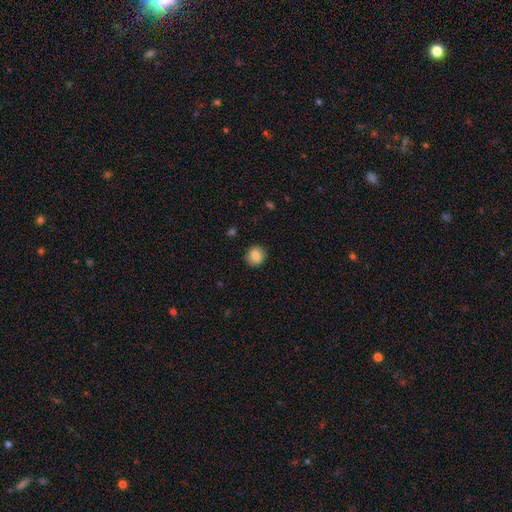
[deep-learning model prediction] smooth-or-featured: smooth: 84% | star or artifact: 9% | featured or disk: 7%
  how-rounded: round: 88% | in between: 11% | cigar-shaped: 1%
  merging: none: 90% | minor disturbance: 7% | major disturbance: 2% | merger: 1%